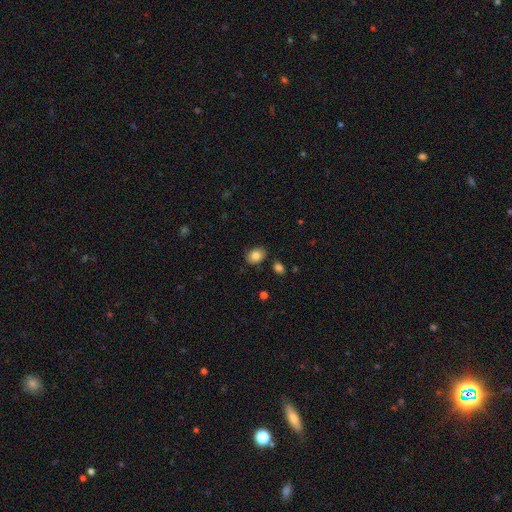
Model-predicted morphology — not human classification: Smooth or featured? smooth (83%)
How rounded? in between (67%)
Merging? none (83%)